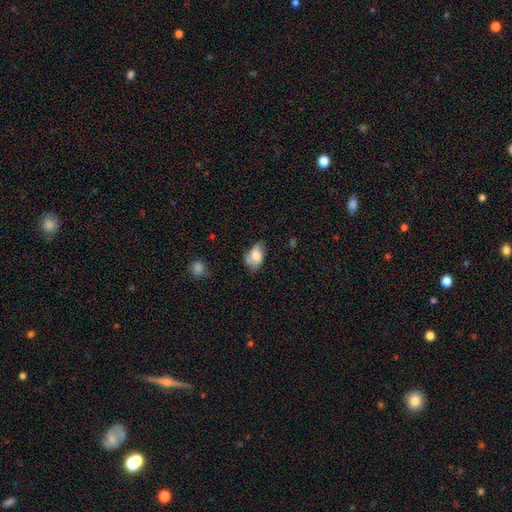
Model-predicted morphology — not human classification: Smooth or featured? Predicted: smooth (p=0.64). How rounded? Predicted: in between (p=0.87). Merging? Predicted: none (p=0.41).